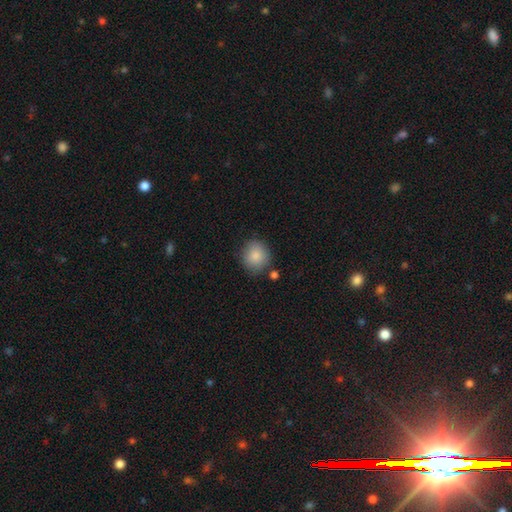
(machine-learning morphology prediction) Smooth or featured? smooth (87%)
How rounded? round (84%)
Merging? none (78%)